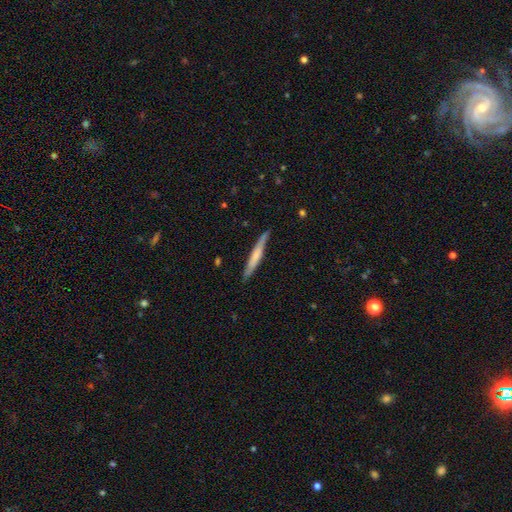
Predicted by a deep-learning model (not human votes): Smooth or featured: smooth — 54% (featured or disk — 41%)
How rounded: cigar-shaped — 95% (in between — 3%)
Merging: none — 84% (minor disturbance — 13%)